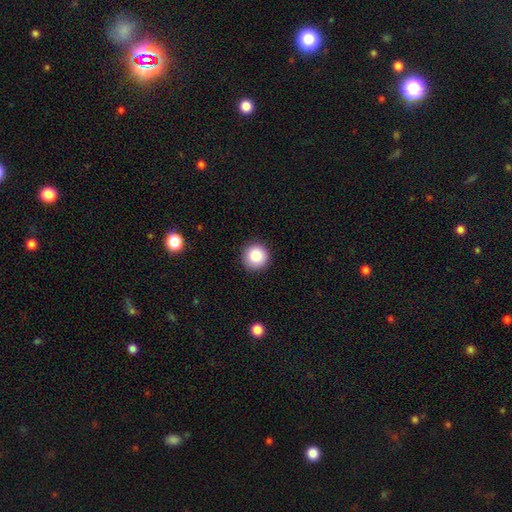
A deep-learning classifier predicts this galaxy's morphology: A smooth galaxy with no disk features (86%) that is round (96%).

Vote fractions:
- Smooth or featured? smooth: 86% / star or artifact: 9% / featured or disk: 5%
- How rounded? round: 96% / in between: 3% / cigar-shaped: 1%
- Merging? none: 92% / minor disturbance: 6% / major disturbance: 2% / merger: 1%